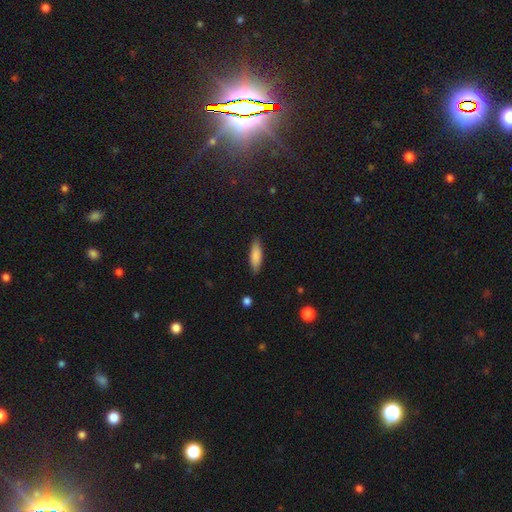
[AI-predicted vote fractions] Morphology: type=smooth (84%); roundness=cigar-shaped (51%); merging=none (86%).